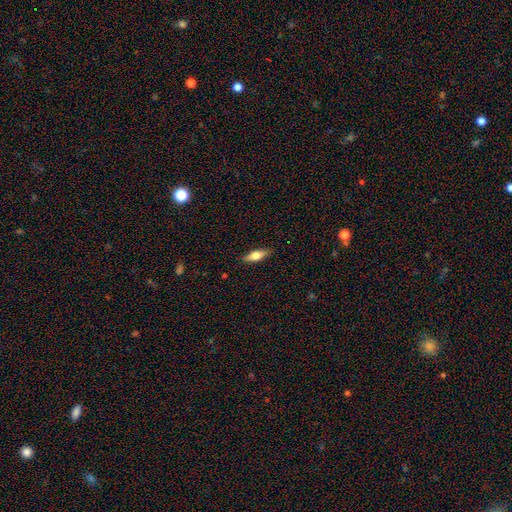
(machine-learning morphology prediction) Smooth or featured? Predicted: smooth (p=0.63). How rounded? Predicted: in between (p=0.54). Merging? Predicted: none (p=0.88).